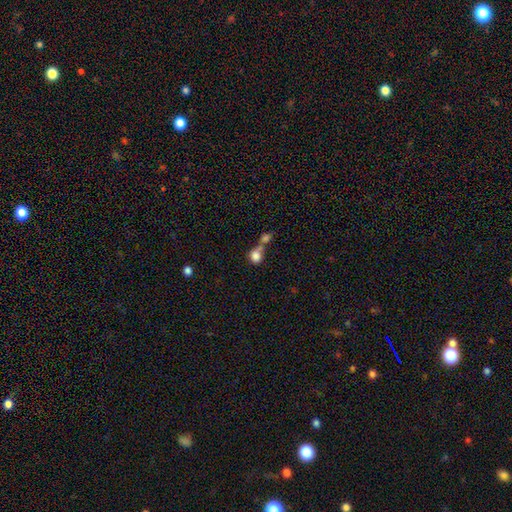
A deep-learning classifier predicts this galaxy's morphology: Smooth or featured: smooth — 81% (star or artifact — 9%)
How rounded: round — 73% (in between — 25%)
Merging: merger — 56% (none — 31%)